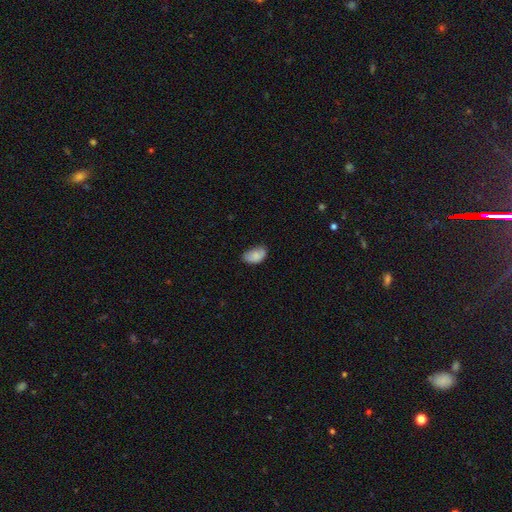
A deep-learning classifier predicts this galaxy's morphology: Smooth or featured? smooth (83%)
How rounded? in between (92%)
Merging? none (59%)